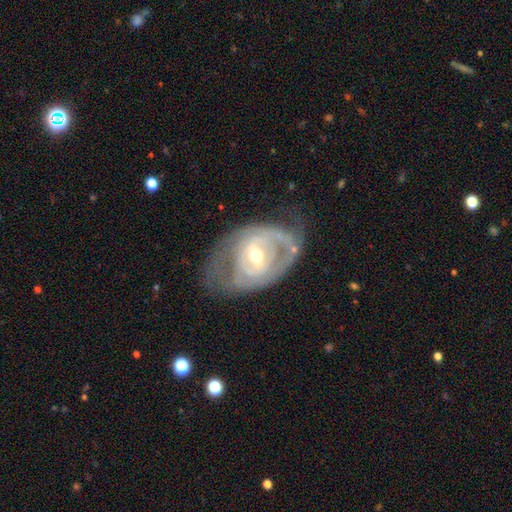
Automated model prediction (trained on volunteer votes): Q: Smooth or featured?
A: featured or disk (82%); runner-up: smooth (13%)
Q: Edge-on disk?
A: no (95%); runner-up: yes (5%)
Q: Bar?
A: weak (44%); runner-up: no (36%)
Q: Spiral arms?
A: yes (77%); runner-up: no (23%)
Q: Spiral winding?
A: tight (56%); runner-up: medium (31%)
Q: Spiral arm count?
A: 2 (43%); runner-up: can't tell (36%)
Q: Bulge size?
A: moderate (53%); runner-up: small (42%)
Q: Merging?
A: none (53%); runner-up: minor disturbance (24%)